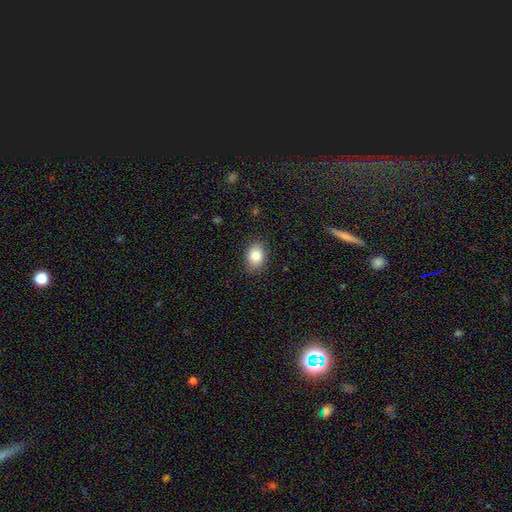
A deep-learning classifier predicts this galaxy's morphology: smooth 86%, star or artifact 8%, featured or disk 6%. Down the decision tree: how rounded — in between (66%); merging — none (87%).